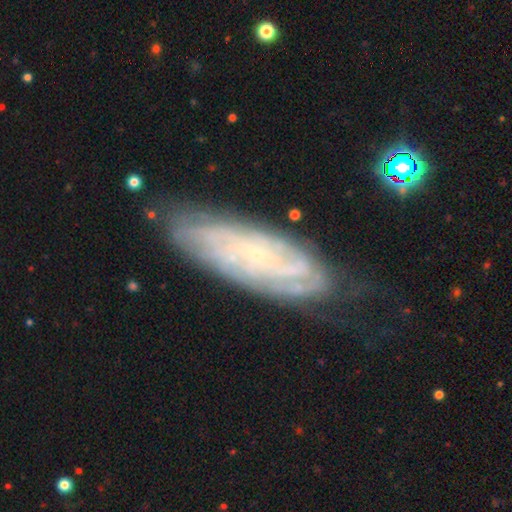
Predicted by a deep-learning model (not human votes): A featured or disk galaxy (79%) with no bar (64%), tight (70%) spiral arms (93%) and a small central bulge (84%).

Vote fractions:
- Smooth or featured? featured or disk: 79% / smooth: 14% / star or artifact: 7%
- Edge-on disk? no: 84% / yes: 16%
- Bar? no: 64% / weak: 28% / strong: 8%
- Spiral arms? yes: 93% / no: 7%
- Spiral winding? tight: 70% / medium: 24% / loose: 6%
- Spiral arm count? can't tell: 50% / 2: 14% / 4: 12% / 3: 11% / more than 4: 8% / 1: 5%
- Bulge size? small: 84% / moderate: 10% / none: 5% / large: 1% / dominant: 1%
- Merging? none: 73% / minor disturbance: 20% / major disturbance: 6% / merger: 2%